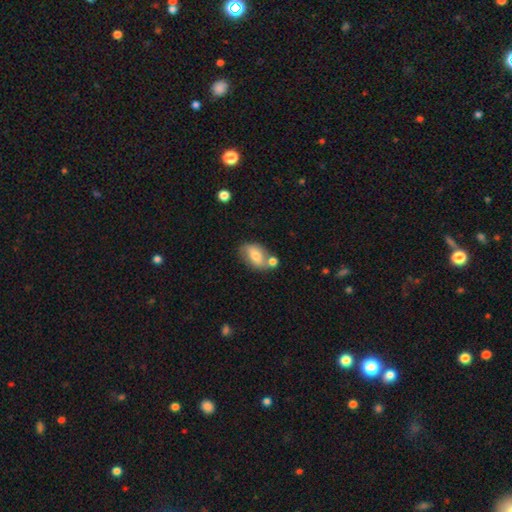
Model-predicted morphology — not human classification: smooth 63%, featured or disk 30%, star or artifact 8%. Down the decision tree: how rounded — in between (84%); merging — none (51%).